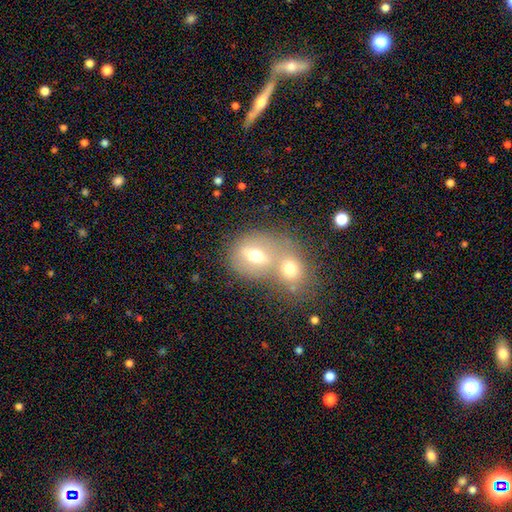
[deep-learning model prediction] smooth_or_featured: smooth (p=0.58) [alt: featured or disk p=0.31]
how_rounded: round (p=0.49) [tied with: in between p=0.49]
merging: merger (p=0.59) [alt: none p=0.29]